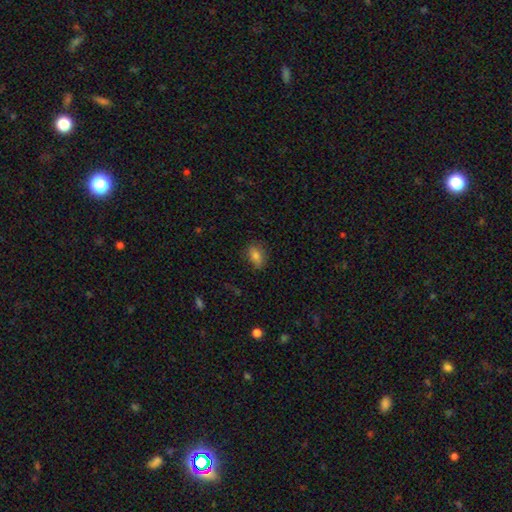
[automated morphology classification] A smooth galaxy with no disk features (76%) that is in between round and cigar-shaped (77%).

Vote fractions:
- Smooth or featured? smooth: 76% / featured or disk: 13% / star or artifact: 11%
- How rounded? in between: 77% / round: 19% / cigar-shaped: 4%
- Merging? none: 76% / minor disturbance: 19% / major disturbance: 4% / merger: 1%